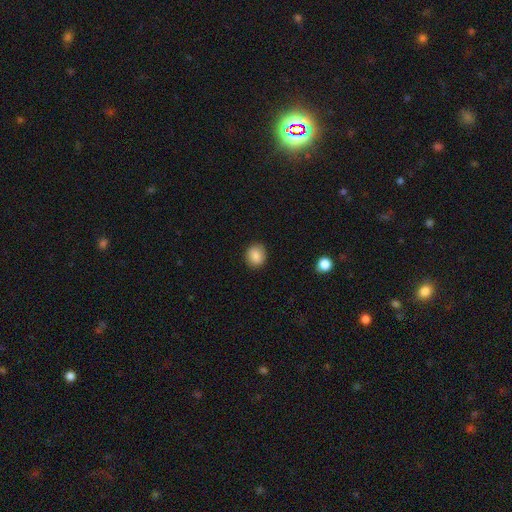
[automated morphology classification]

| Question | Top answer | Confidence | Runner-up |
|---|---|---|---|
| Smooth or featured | smooth | 86% | star or artifact (8%) |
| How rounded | round | 73% | in between (26%) |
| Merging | none | 88% | minor disturbance (9%) |